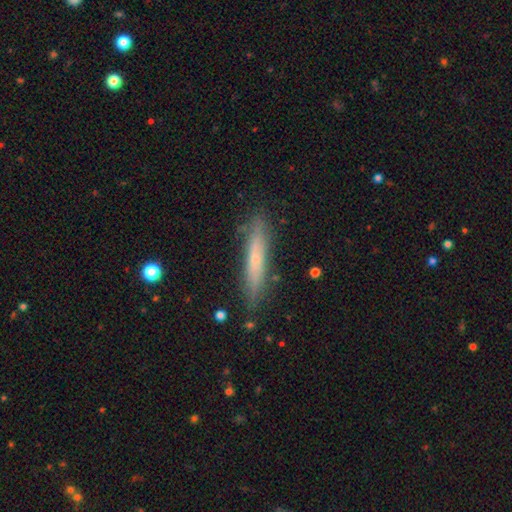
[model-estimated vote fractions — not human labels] A smooth galaxy with no disk features (54%) that is cigar-shaped (91%).

Vote fractions:
- Smooth or featured? smooth: 54% / featured or disk: 39% / star or artifact: 7%
- How rounded? cigar-shaped: 91% / in between: 7% / round: 2%
- Merging? none: 82% / minor disturbance: 13% / major disturbance: 3% / merger: 2%